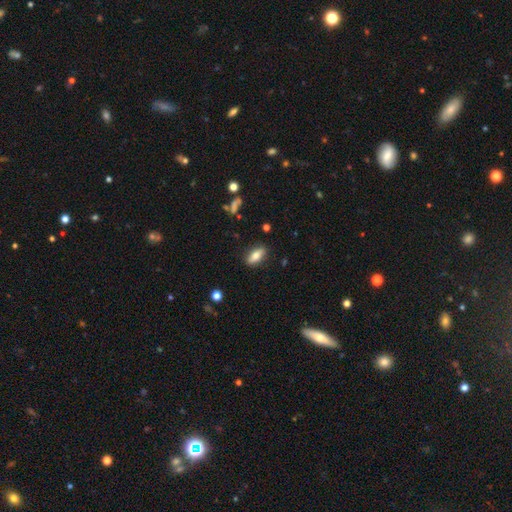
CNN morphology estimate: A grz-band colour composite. It shows a smooth galaxy with no disk features (70%) that is in between round and cigar-shaped (74%). Merging: none (86%).